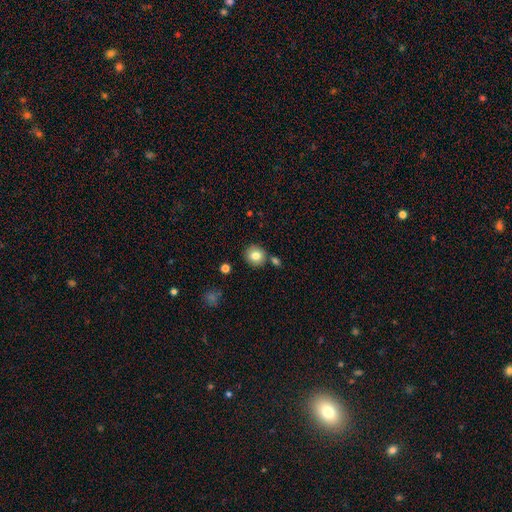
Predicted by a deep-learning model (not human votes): Smooth or featured? smooth (82%)
How rounded? round (86%)
Merging? none (79%)